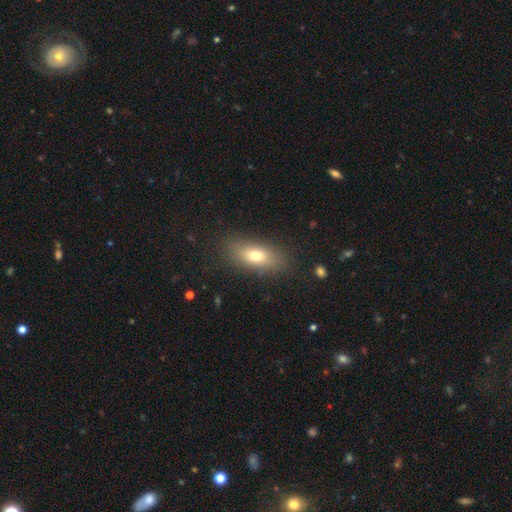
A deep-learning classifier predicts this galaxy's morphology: Smooth or featured: smooth — 73% (featured or disk — 18%)
How rounded: in between — 78% (cigar-shaped — 16%)
Merging: none — 84% (minor disturbance — 10%)